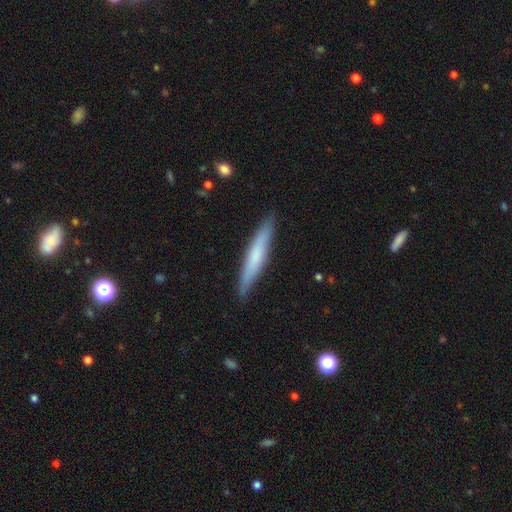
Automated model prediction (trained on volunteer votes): Smooth or featured? Predicted: smooth (p=0.61). How rounded? Predicted: cigar-shaped (p=0.93). Merging? Predicted: none (p=0.88).